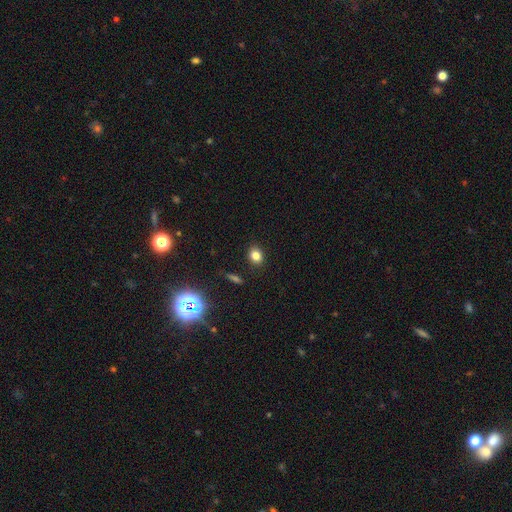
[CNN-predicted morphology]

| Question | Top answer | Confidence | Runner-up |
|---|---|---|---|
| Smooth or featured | smooth | 80% | star or artifact (13%) |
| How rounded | in between | 49% | tied: round (49%) |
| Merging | none | 88% | minor disturbance (8%) |